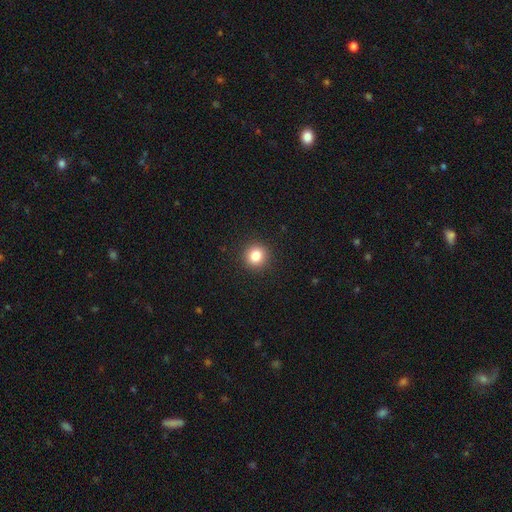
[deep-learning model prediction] A smooth galaxy with no disk features (83%) that is round (93%). Merging: none (92%).